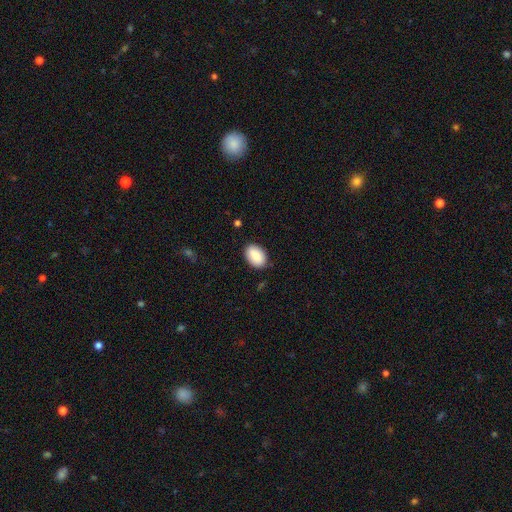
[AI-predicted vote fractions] smooth_or_featured: smooth (p=0.87) [alt: featured or disk p=0.07]
how_rounded: in between (p=0.88) [alt: round p=0.11]
merging: none (p=0.85) [alt: minor disturbance p=0.11]